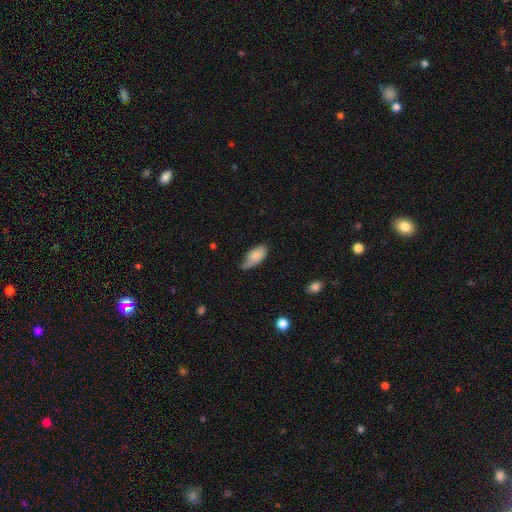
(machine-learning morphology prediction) Smooth or featured?
  - smooth: 80% *
  - featured or disk: 13%
  - star or artifact: 7%
How rounded?
  - in between: 91% *
  - cigar-shaped: 6%
  - round: 3%
Merging?
  - none: 44% *
  - minor disturbance: 41%
  - major disturbance: 11%
  - merger: 3%